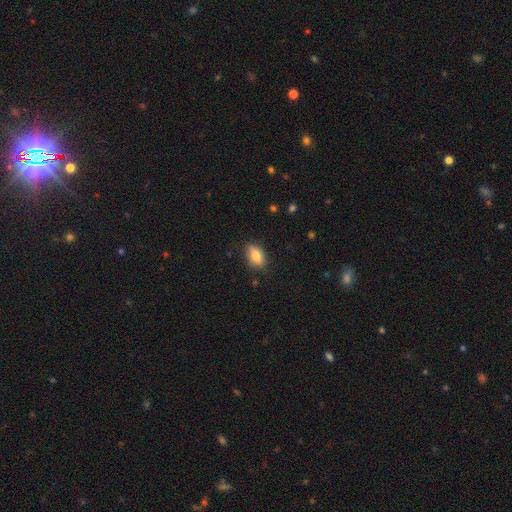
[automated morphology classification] The model was most divided on "merging": none: 80%, minor disturbance: 16%, major disturbance: 3%, merger: 1%. More confident: how rounded — in between (86%); smooth or featured — smooth (79%).